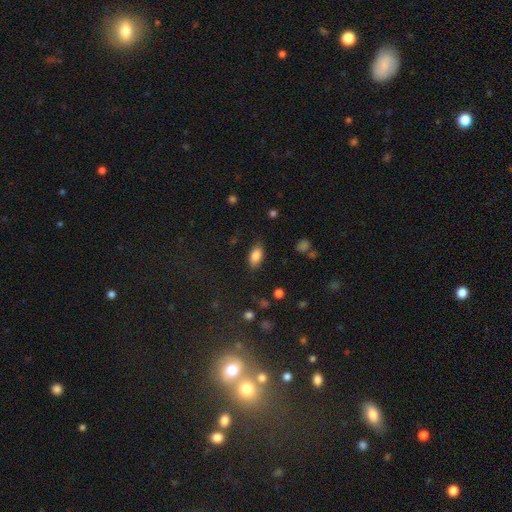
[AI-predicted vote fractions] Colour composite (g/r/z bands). It shows a smooth galaxy with no disk features (84%) that is in between round and cigar-shaped (90%). Merging: none (82%).